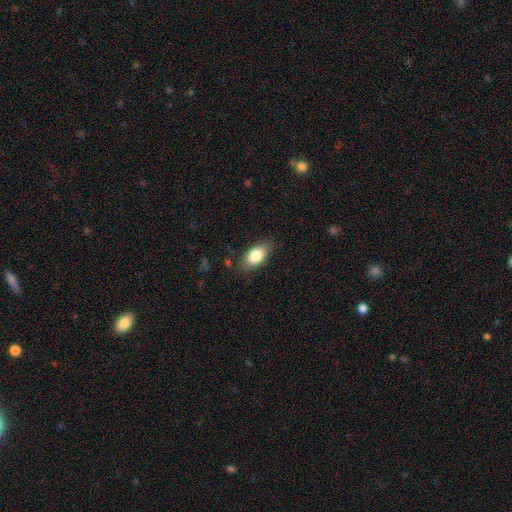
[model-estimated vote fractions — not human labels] A smooth galaxy with no disk features (82%) that is in between round and cigar-shaped (91%). Merging: none (80%).